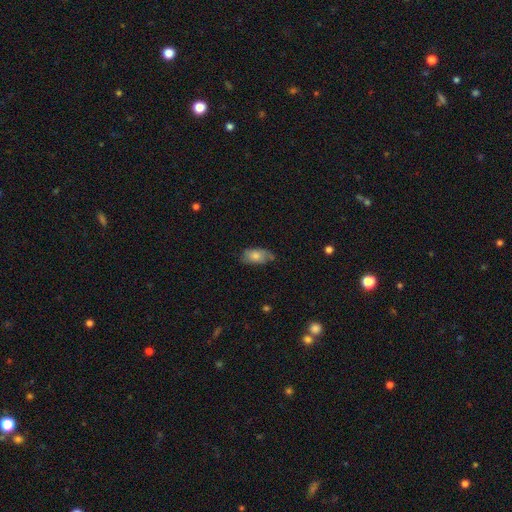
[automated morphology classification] Smooth or featured?
  - smooth: 73% *
  - featured or disk: 19%
  - star or artifact: 7%
How rounded?
  - in between: 91% *
  - cigar-shaped: 5%
  - round: 4%
Merging?
  - none: 61% *
  - minor disturbance: 29%
  - major disturbance: 7%
  - merger: 2%